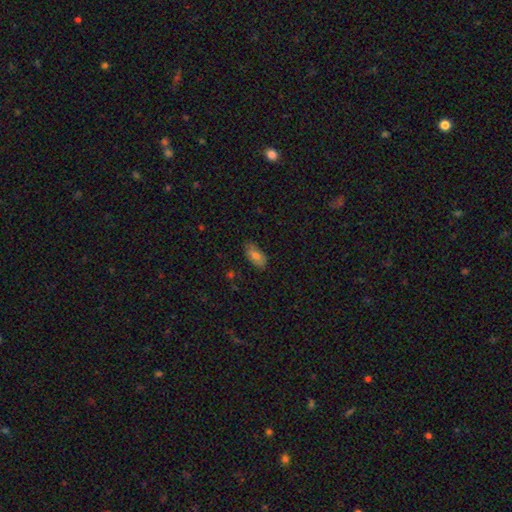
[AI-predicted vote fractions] This appears to be a smooth galaxy with no disk features (77%) that is in between round and cigar-shaped (89%). Merging: none (81%).